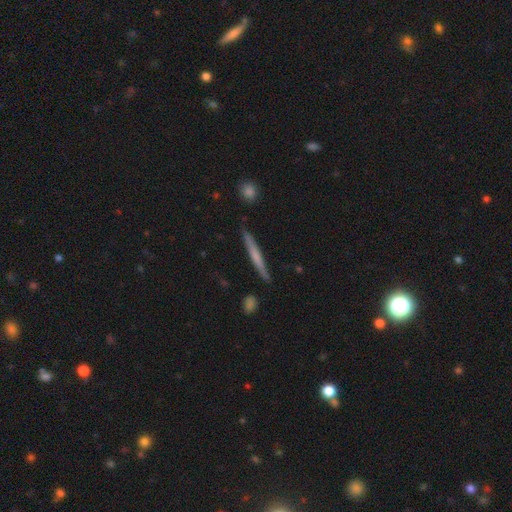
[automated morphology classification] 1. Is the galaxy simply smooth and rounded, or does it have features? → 48% smooth, 46% featured or disk, 6% star or artifact.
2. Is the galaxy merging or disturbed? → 87% none, 9% minor disturbance, 2% merger, 2% major disturbance.